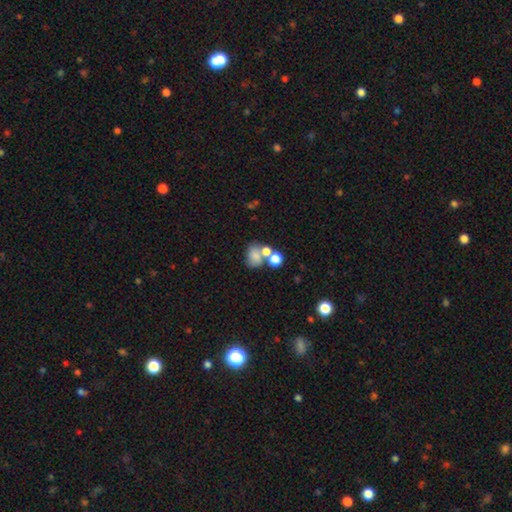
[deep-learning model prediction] This is likely a smooth galaxy (72%). How rounded: likely in between (60%). Merging: marginally merger (45%).